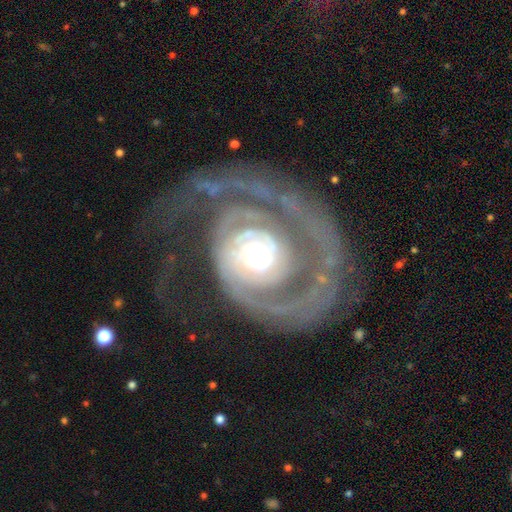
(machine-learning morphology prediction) This is clearly a featured or disk galaxy (89%). It is clearly not viewed edge-on (98%). Bar: likely no (77%). Spiral arm pattern: clearly yes (92%). Spiral arm count: marginally 2 (35%). Spiral winding: possibly tight (55%). Central bulge: likely moderate (63%). Merging: marginally none (41%, tied with major disturbance).